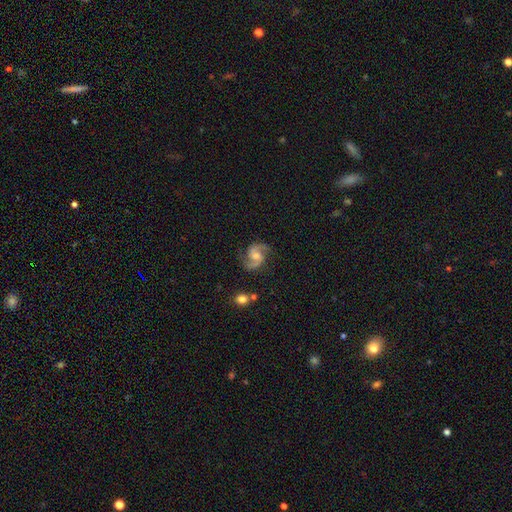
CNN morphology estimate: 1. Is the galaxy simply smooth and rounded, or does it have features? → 91% featured or disk, 5% star or artifact, 4% smooth.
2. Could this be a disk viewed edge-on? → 98% no, 2% yes.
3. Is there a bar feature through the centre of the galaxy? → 47% no, 42% weak, 11% strong.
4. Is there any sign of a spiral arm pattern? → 98% yes, 2% no.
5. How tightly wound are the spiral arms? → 61% medium, 27% loose, 13% tight.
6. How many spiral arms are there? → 94% 2, 1% can't tell, 1% 3, 1% 1, 1% 4, 1% more than 4.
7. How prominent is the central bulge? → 48% moderate, 40% small, 8% none, 4% large, 1% dominant.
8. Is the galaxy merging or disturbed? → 81% none, 13% minor disturbance, 4% major disturbance, 2% merger.